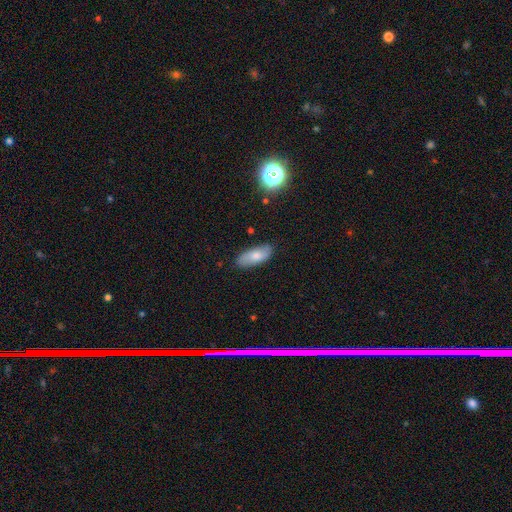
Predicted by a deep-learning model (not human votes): This appears to be a smooth galaxy with no disk features (73%) that is in between round and cigar-shaped (83%). Merging: none (83%).